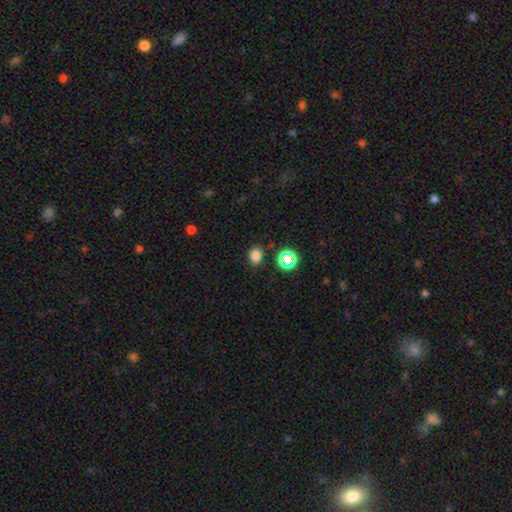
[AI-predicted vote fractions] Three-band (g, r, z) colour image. It shows a smooth galaxy with no disk features (77%) that is round (50%). Merging: none (84%).